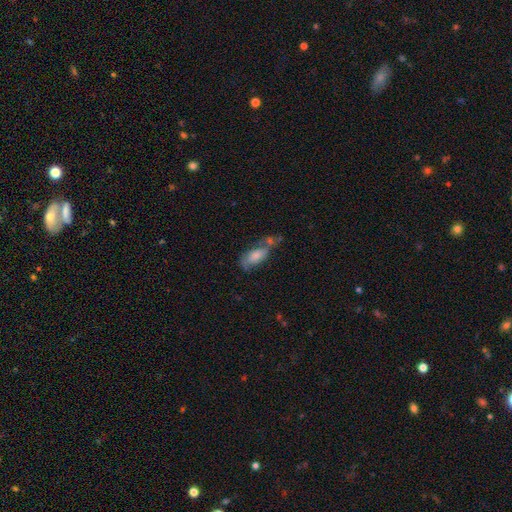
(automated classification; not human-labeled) A smooth galaxy with no disk features (64%) that is in between round and cigar-shaped (81%). Merging: none (33%).